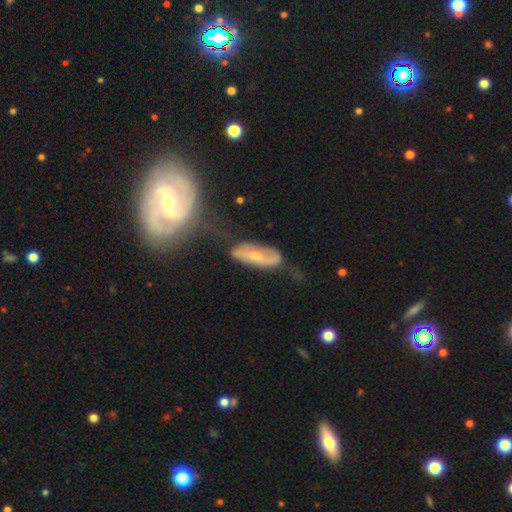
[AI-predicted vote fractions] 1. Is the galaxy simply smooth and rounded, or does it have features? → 65% featured or disk, 27% smooth, 7% star or artifact.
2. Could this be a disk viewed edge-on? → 84% no, 16% yes.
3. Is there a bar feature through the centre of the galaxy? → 45% no, 31% weak, 24% strong.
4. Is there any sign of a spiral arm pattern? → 69% yes, 31% no.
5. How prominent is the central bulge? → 56% small, 40% moderate, 2% large, 1% none, 1% dominant.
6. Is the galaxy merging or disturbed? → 51% none, 24% minor disturbance, 13% major disturbance, 12% merger.